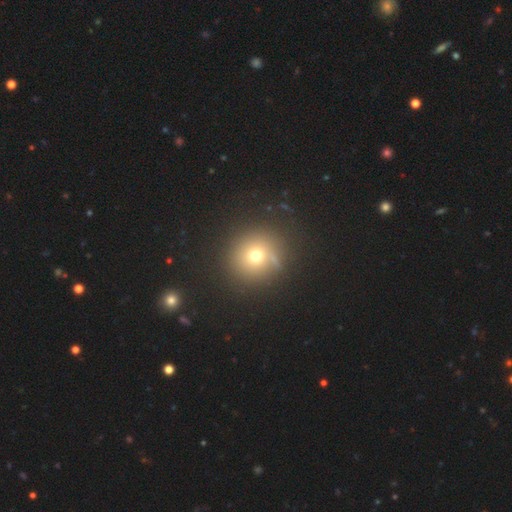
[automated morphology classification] Overall: smooth (67%). How rounded: round (92%). Merging: none (80%).